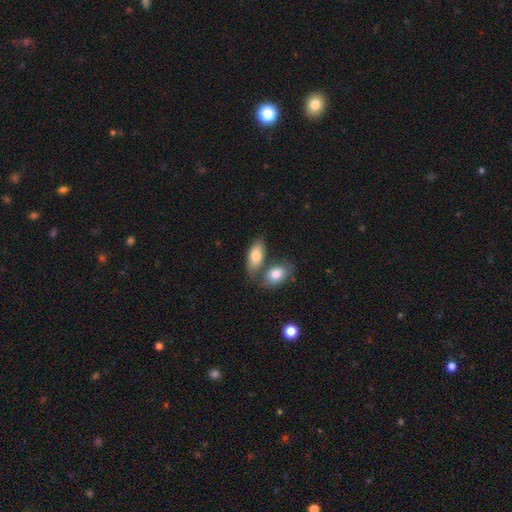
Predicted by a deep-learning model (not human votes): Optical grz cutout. It shows a smooth galaxy with no disk features (79%) that is in between round and cigar-shaped (90%). Merging: none (51%).